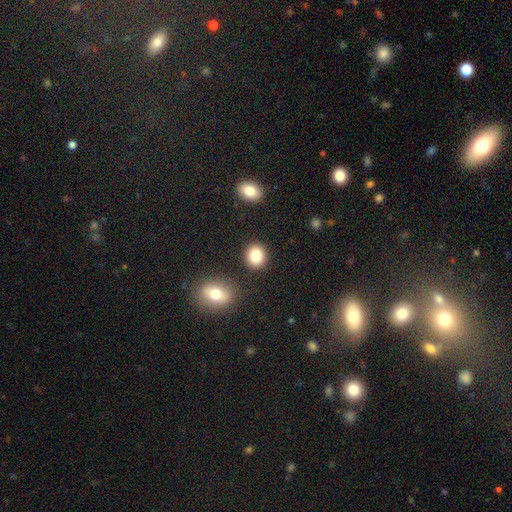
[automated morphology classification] A smooth galaxy with no disk features (84%) that is round (70%). Merging: none (86%).